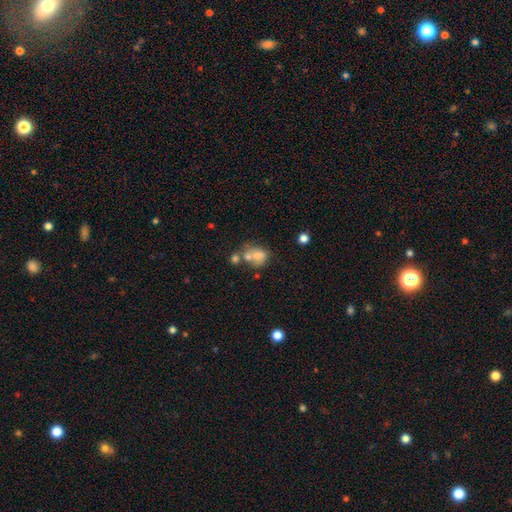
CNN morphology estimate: Smooth or featured? smooth (65%)
How rounded? in between (54%)
Merging? merger (45%)